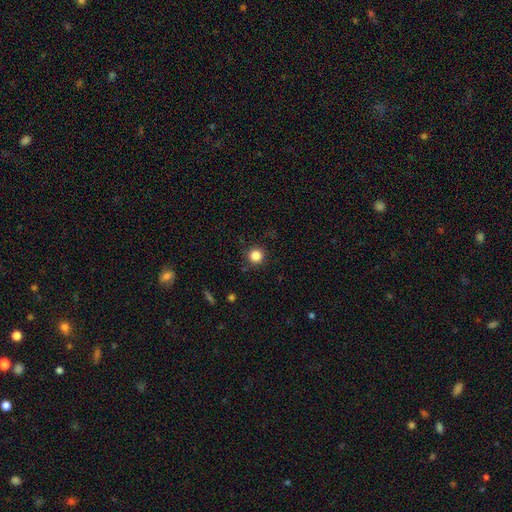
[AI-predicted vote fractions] Smooth or featured?
  - smooth: 85% *
  - star or artifact: 11%
  - featured or disk: 4%
How rounded?
  - round: 95% *
  - in between: 4%
  - cigar-shaped: 1%
Merging?
  - none: 89% *
  - minor disturbance: 7%
  - major disturbance: 3%
  - merger: 2%